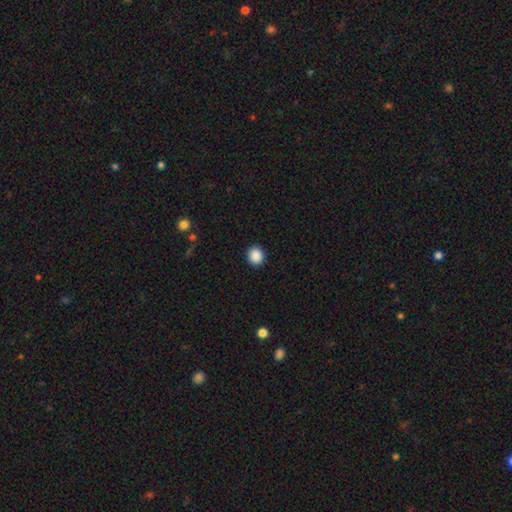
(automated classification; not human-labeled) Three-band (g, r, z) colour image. It shows a smooth galaxy with no disk features (89%) that is round (79%). Merging: none (92%).